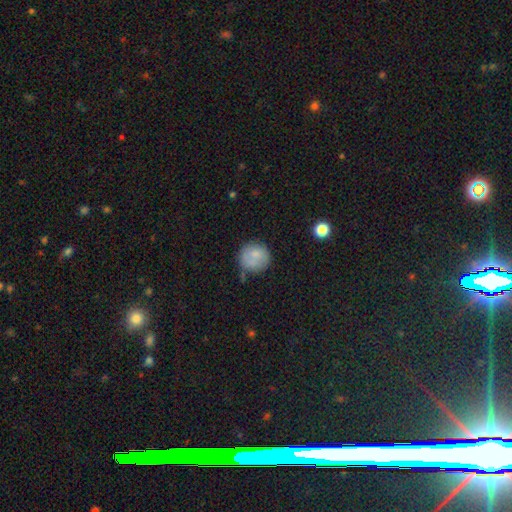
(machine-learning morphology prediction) Smooth or featured? smooth (79%)
How rounded? round (89%)
Merging? none (68%)